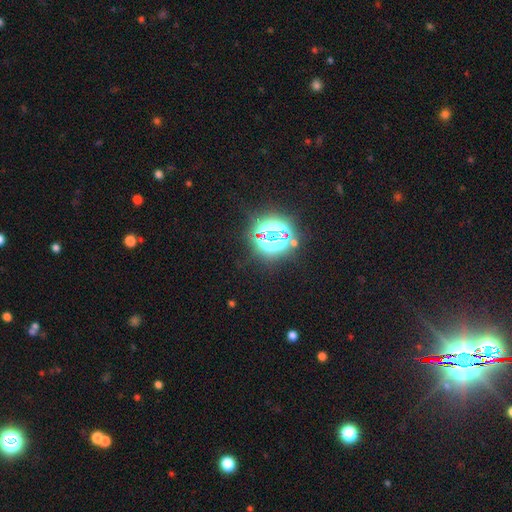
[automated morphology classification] Smooth or featured?
  - star or artifact: 80% *
  - smooth: 13%
  - featured or disk: 7%